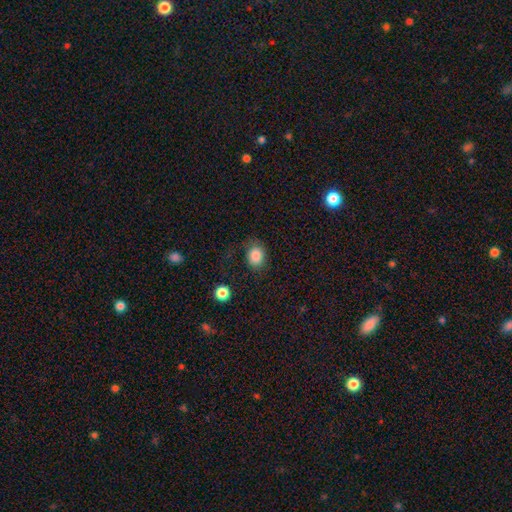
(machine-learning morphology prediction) type=smooth (85%); roundness=round (54%); merging=none (68%).